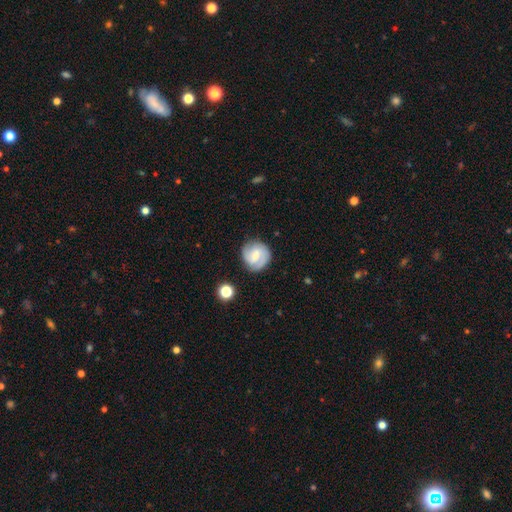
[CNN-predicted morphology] A featured or disk galaxy (65%) with a weak bar (51%), 2 (70%) tight (44%) spiral arms (93%) and a small central bulge (54%).

Vote fractions:
- Smooth or featured? featured or disk: 65% / smooth: 29% / star or artifact: 7%
- Edge-on disk? no: 98% / yes: 2%
- Bar? weak: 51% / no: 38% / strong: 10%
- Spiral arms? yes: 93% / no: 7%
- Spiral winding? tight: 44% / medium: 42% / loose: 14%
- Spiral arm count? 2: 70% / can't tell: 13% / 3: 9% / 1: 4% / 4: 2% / more than 4: 2%
- Bulge size? small: 54% / moderate: 36% / none: 7% / large: 2% / dominant: 1%
- Merging? none: 79% / minor disturbance: 14% / major disturbance: 4% / merger: 2%